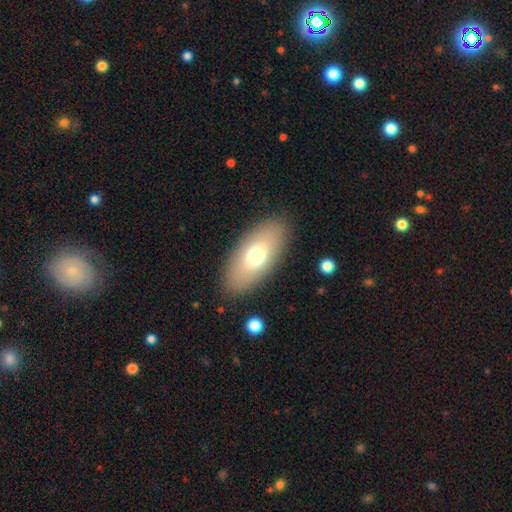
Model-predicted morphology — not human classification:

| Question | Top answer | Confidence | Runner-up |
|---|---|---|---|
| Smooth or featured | smooth | 70% | featured or disk (23%) |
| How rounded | in between | 90% | cigar-shaped (7%) |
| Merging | none | 87% | minor disturbance (9%) |